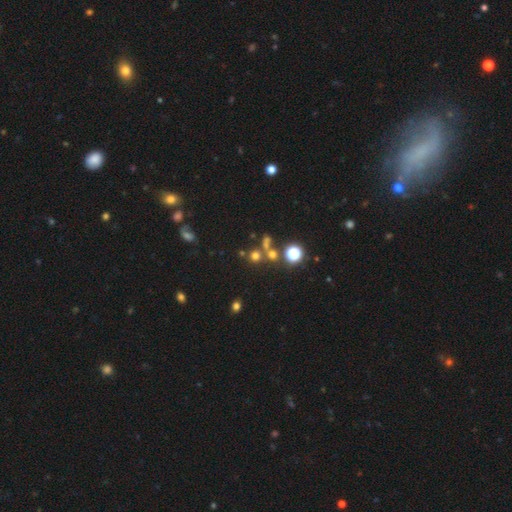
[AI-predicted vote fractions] smooth 59%, star or artifact 30%, featured or disk 12%. Down the decision tree: how rounded — round (90%); merging — none (61%).